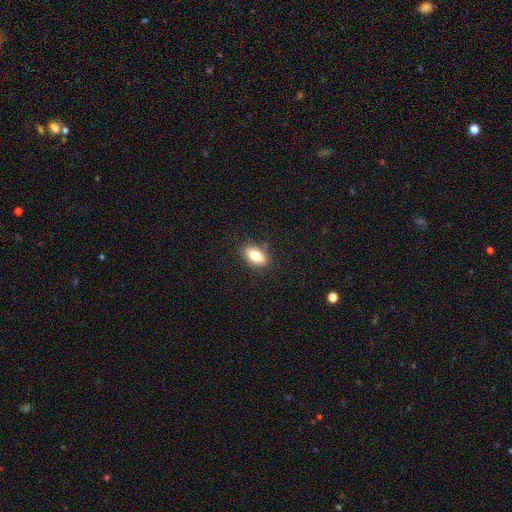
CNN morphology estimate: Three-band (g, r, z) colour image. It shows a smooth galaxy with no disk features (73%) that is in between round and cigar-shaped (85%). Merging: none (86%).